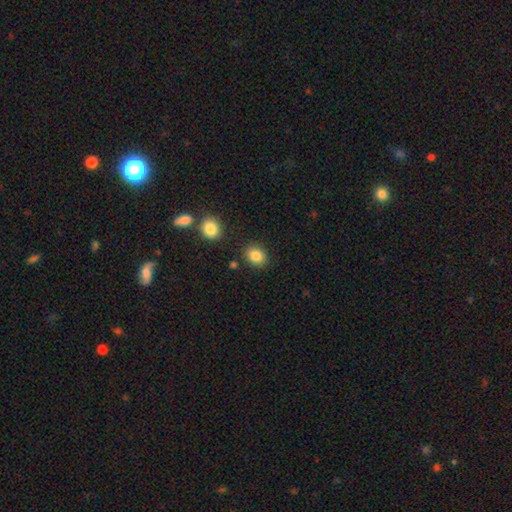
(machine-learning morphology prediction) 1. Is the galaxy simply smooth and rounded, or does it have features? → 85% smooth, 9% star or artifact, 5% featured or disk.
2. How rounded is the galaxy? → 52% round, 47% in between, 1% cigar-shaped.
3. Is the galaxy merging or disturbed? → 84% none, 9% minor disturbance, 4% merger, 3% major disturbance.